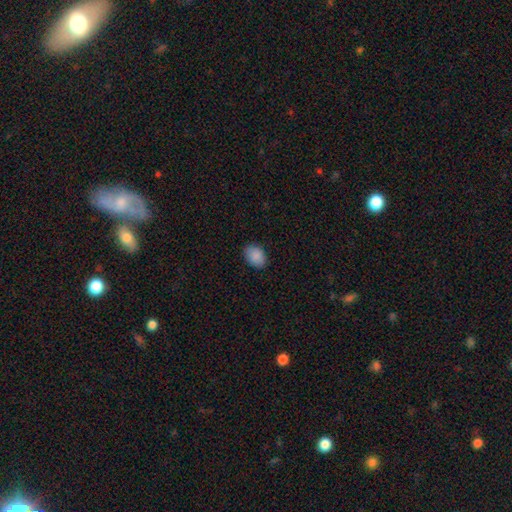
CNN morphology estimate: The model was most divided on "how rounded": in between: 77%, round: 22%, cigar-shaped: 1%. More confident: smooth or featured — smooth (89%); merging — none (87%).